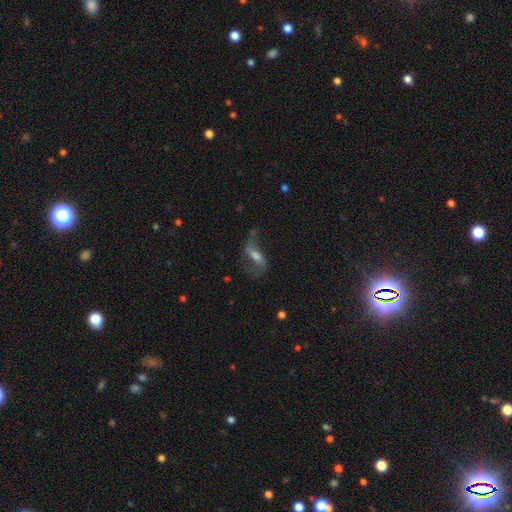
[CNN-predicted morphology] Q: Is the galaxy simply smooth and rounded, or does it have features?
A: featured or disk — 69%.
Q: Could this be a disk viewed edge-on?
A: no — 86%.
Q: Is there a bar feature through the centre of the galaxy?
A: weak — 39%.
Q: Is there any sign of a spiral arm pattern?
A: yes — 84%.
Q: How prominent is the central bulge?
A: moderate — 47%.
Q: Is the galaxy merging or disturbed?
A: none — 52%.